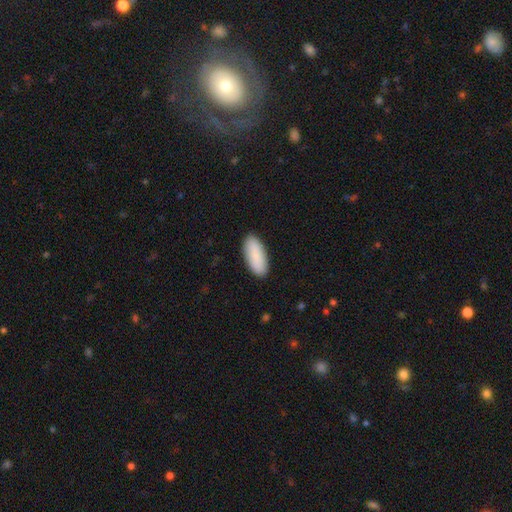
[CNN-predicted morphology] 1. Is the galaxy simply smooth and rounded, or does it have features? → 90% smooth, 5% star or artifact, 5% featured or disk.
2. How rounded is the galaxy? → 81% in between, 17% cigar-shaped, 2% round.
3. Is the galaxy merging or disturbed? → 89% none, 8% minor disturbance, 2% major disturbance, 1% merger.